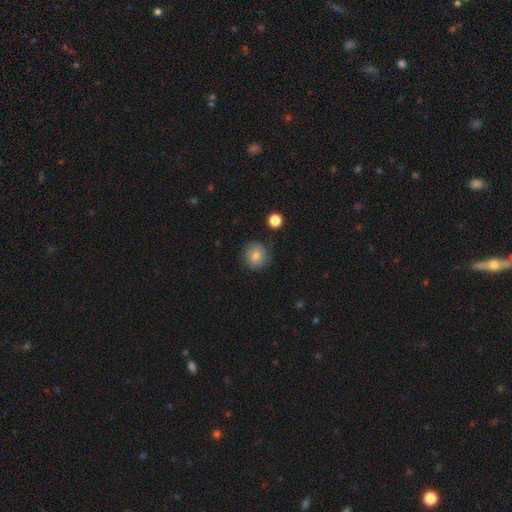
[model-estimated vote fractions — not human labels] Q: Smooth or featured?
A: smooth (74%); runner-up: featured or disk (16%)
Q: How rounded?
A: round (86%); runner-up: in between (13%)
Q: Merging?
A: none (80%); runner-up: minor disturbance (15%)